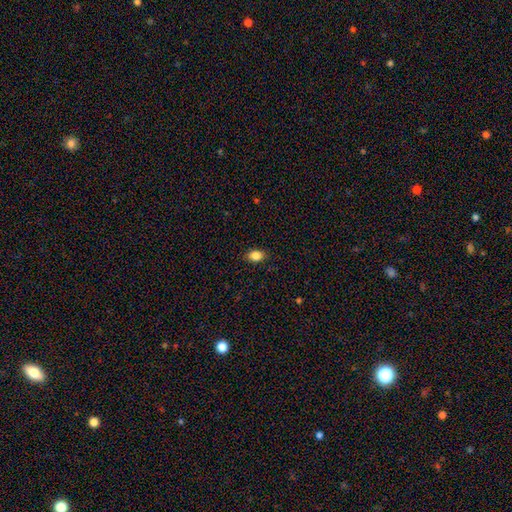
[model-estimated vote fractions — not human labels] smooth-or-featured: smooth: 86% | star or artifact: 9% | featured or disk: 5%
  how-rounded: in between: 78% | round: 21% | cigar-shaped: 1%
  merging: none: 88% | minor disturbance: 9% | major disturbance: 2% | merger: 1%